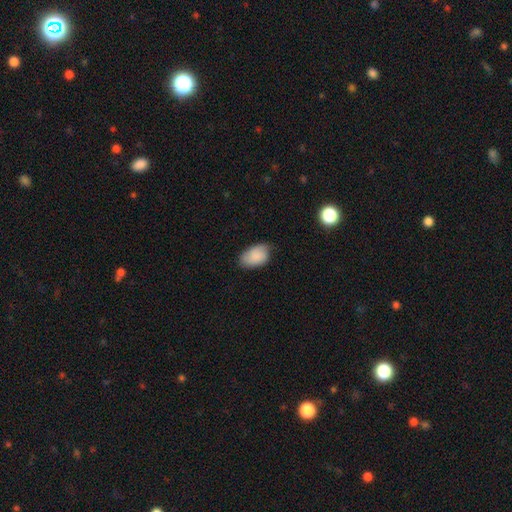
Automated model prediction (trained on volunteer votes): Smooth or featured? Predicted: smooth (p=0.83). How rounded? Predicted: in between (p=0.92). Merging? Predicted: none (p=0.65).